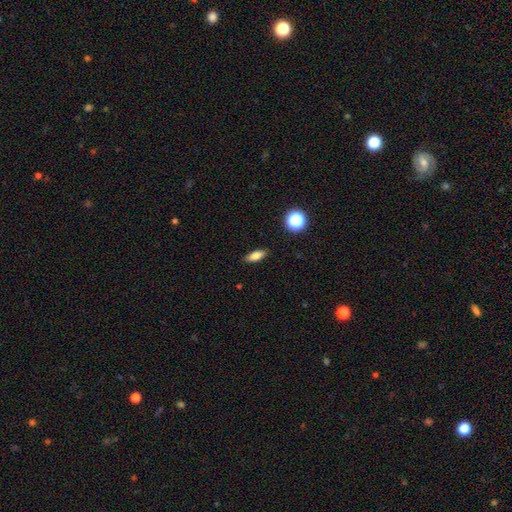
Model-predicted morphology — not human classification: Overall: smooth (76%). How rounded: in between (69%). Merging: none (89%).